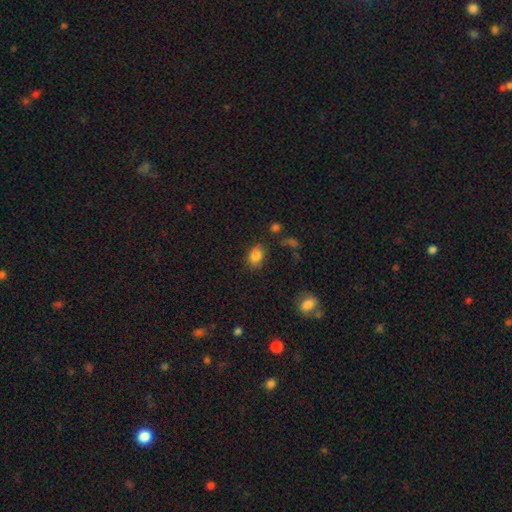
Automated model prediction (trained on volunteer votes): This appears to be a smooth galaxy with no disk features (83%) that is in between round and cigar-shaped (63%). Merging: none (71%).